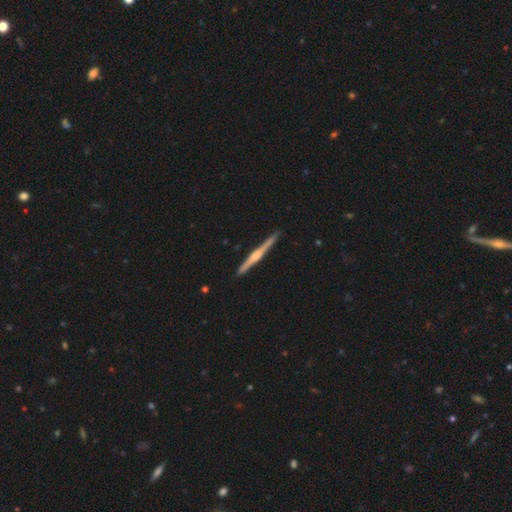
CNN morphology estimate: Smooth or featured? featured or disk (74%)
Edge-on disk? yes (98%)
Edge-on bulge? rounded (73%)
Merging? none (91%)